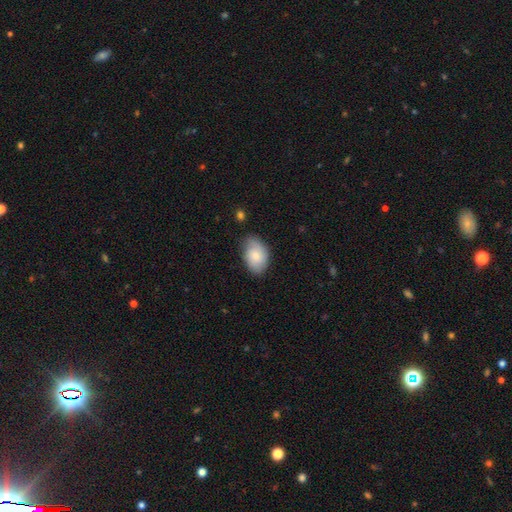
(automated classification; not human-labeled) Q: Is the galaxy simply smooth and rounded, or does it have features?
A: smooth — 71%.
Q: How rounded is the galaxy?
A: in between — 86%.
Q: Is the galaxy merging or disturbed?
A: none — 69%.